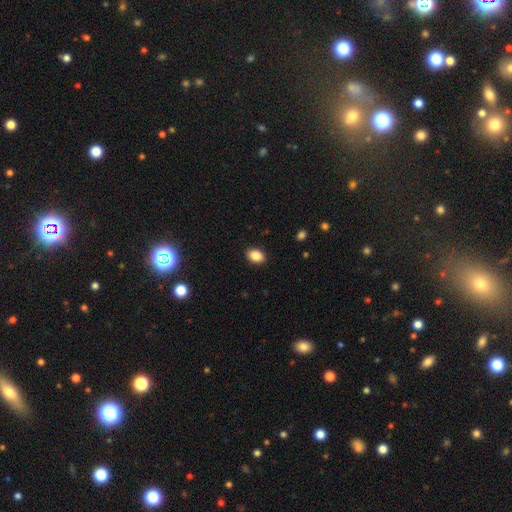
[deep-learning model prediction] Morphology: type=smooth (87%); roundness=in between (81%); merging=none (89%).